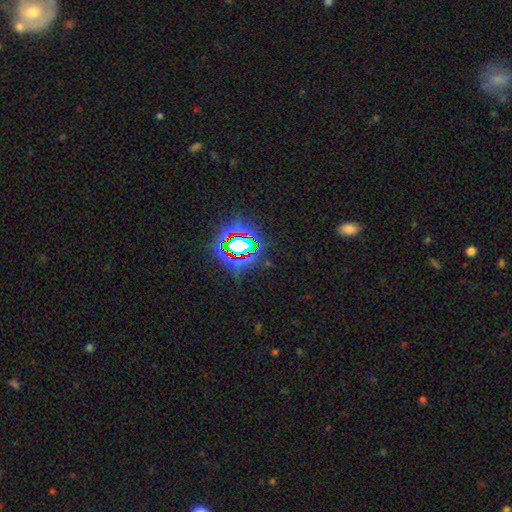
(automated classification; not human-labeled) Smooth or featured? Predicted: star or artifact (p=0.79).